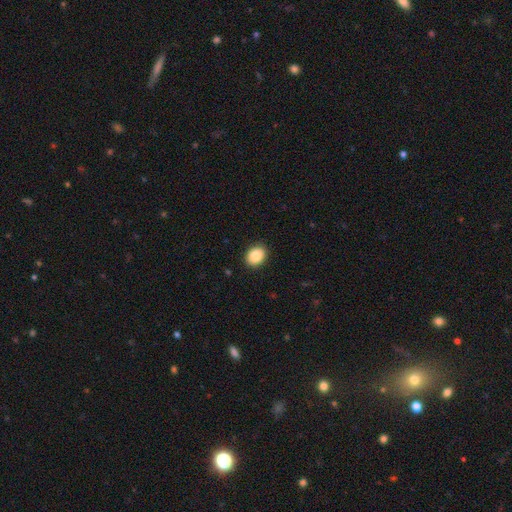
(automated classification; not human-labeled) This is clearly a smooth galaxy (89%). How rounded: possibly in between (58%). Merging: clearly none (90%).